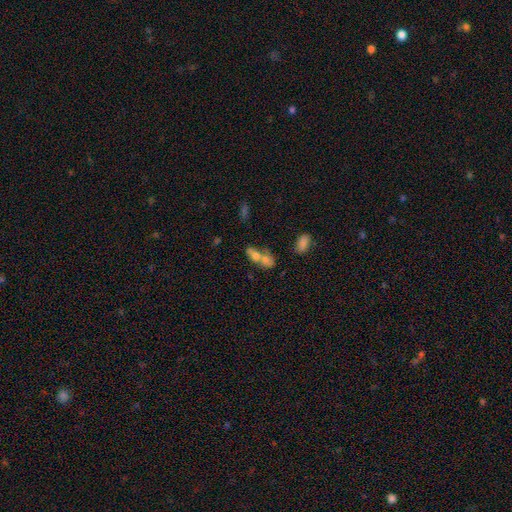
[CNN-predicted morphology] Overall: smooth (62%; featured or disk 26%). How rounded: in between (64%; round 29%). Merging: merger (66%).